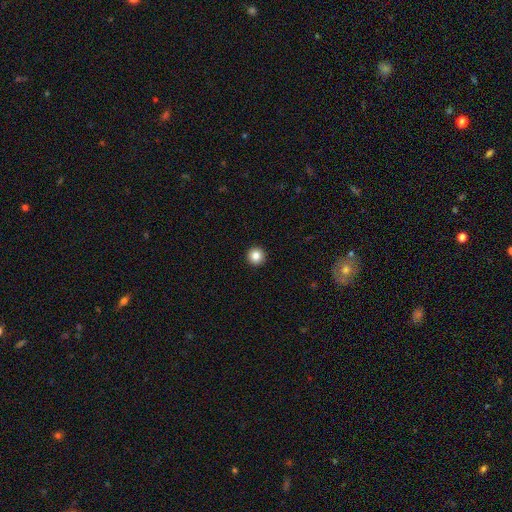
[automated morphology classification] Smooth or featured: smooth — 85% (star or artifact — 10%)
How rounded: round — 96% (in between — 3%)
Merging: none — 94% (minor disturbance — 3%)